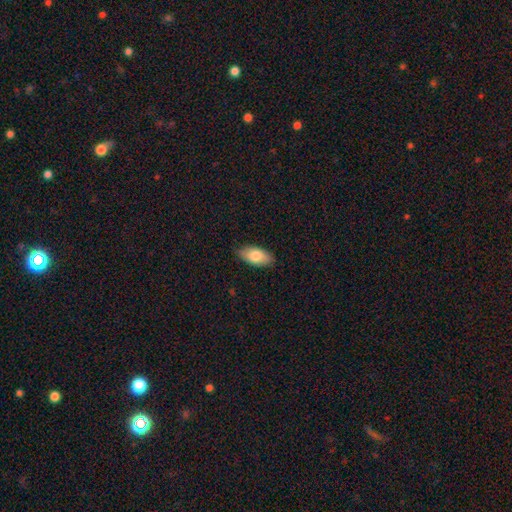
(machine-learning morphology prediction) A smooth galaxy with no disk features (79%) that is in between round and cigar-shaped (93%).

Vote fractions:
- Smooth or featured? smooth: 79% / featured or disk: 14% / star or artifact: 6%
- How rounded? in between: 93% / cigar-shaped: 5% / round: 3%
- Merging? none: 84% / minor disturbance: 13% / major disturbance: 2% / merger: 1%